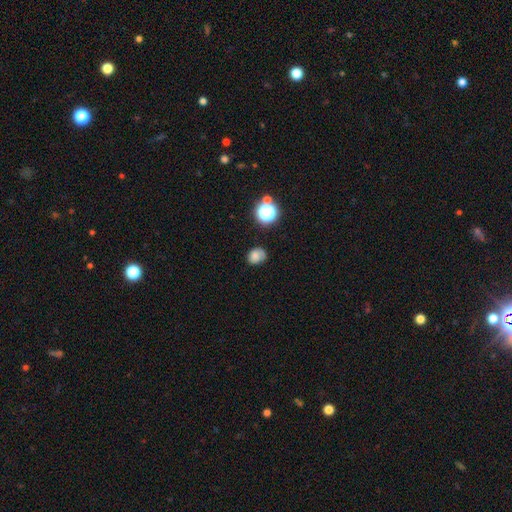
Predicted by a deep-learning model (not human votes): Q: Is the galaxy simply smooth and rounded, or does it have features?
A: smooth — 76%.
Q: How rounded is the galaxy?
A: round — 50%.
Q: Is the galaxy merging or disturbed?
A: none — 62%.